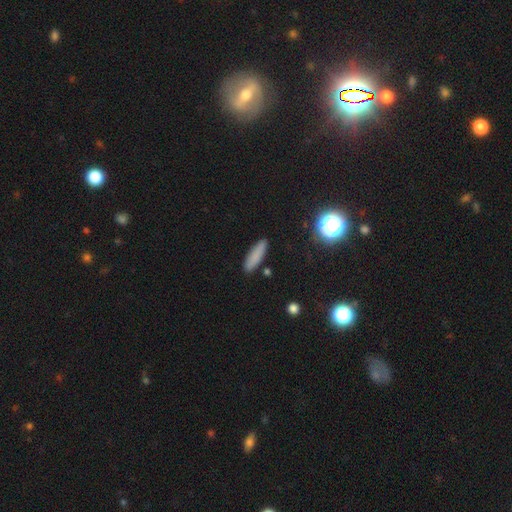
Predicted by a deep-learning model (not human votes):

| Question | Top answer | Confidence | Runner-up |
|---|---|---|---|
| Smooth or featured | smooth | 82% | star or artifact (9%) |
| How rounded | cigar-shaped | 72% | in between (26%) |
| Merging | none | 88% | minor disturbance (8%) |